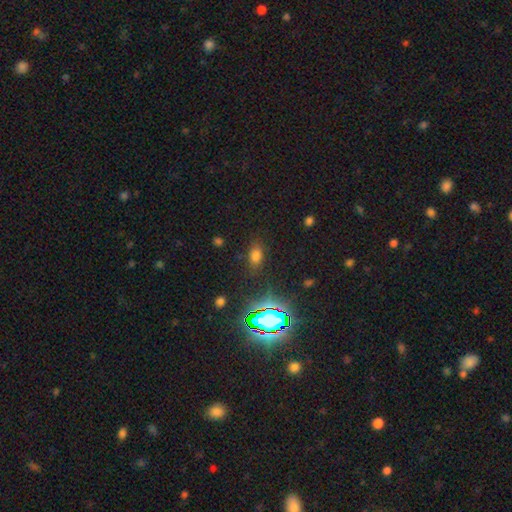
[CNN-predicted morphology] A smooth galaxy with no disk features (66%) that is in between round and cigar-shaped (81%).

Vote fractions:
- Smooth or featured? smooth: 66% / star or artifact: 26% / featured or disk: 7%
- How rounded? in between: 81% / round: 15% / cigar-shaped: 4%
- Merging? none: 81% / minor disturbance: 12% / major disturbance: 5% / merger: 2%